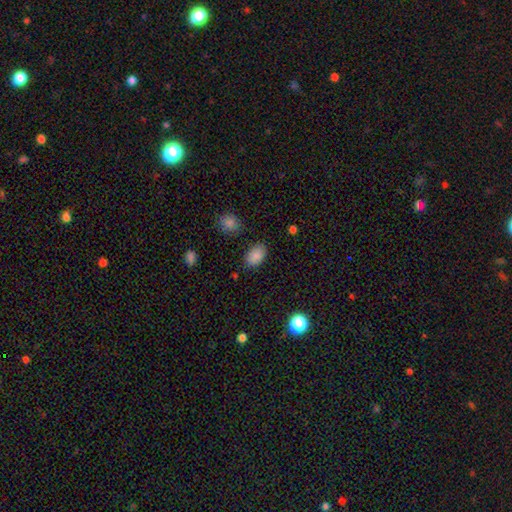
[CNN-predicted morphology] smooth_or_featured: smooth (p=0.87) [alt: star or artifact p=0.09]
how_rounded: in between (p=0.90) [alt: round p=0.09]
merging: none (p=0.84) [alt: minor disturbance p=0.11]